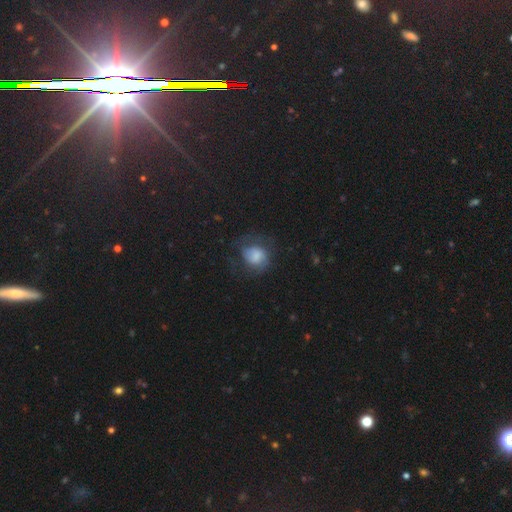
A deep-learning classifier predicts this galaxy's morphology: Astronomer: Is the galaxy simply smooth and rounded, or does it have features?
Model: smooth — 55% (runner-up: featured or disk, 34%).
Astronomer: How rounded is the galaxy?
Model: round — 67%.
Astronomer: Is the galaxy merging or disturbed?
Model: none — 49% (runner-up: major disturbance, 26%).